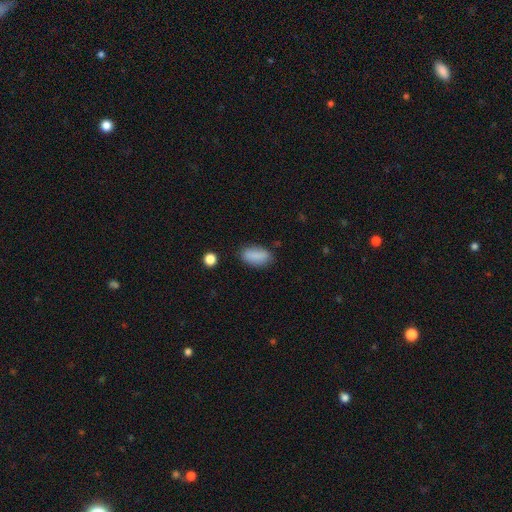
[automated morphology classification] Q: Smooth or featured?
A: smooth (86%); runner-up: star or artifact (8%)
Q: How rounded?
A: in between (88%); runner-up: cigar-shaped (8%)
Q: Merging?
A: none (78%); runner-up: minor disturbance (16%)